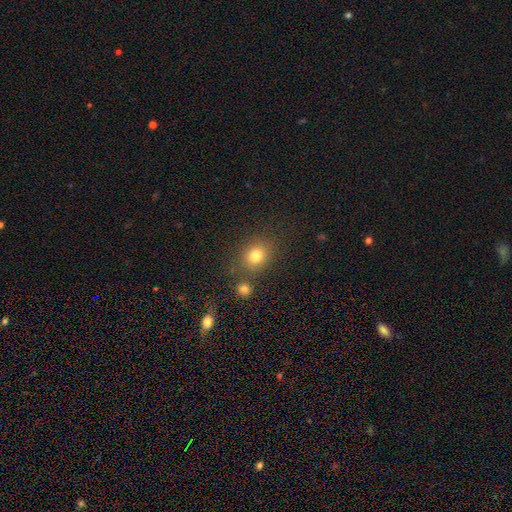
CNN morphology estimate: Overall: smooth (79%). How rounded: round (61%; in between 38%). Merging: none (74%).